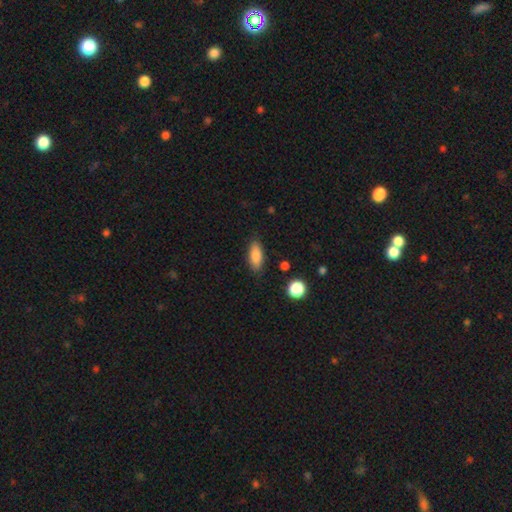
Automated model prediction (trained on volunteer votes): Q: Smooth or featured?
A: smooth (83%); runner-up: featured or disk (9%)
Q: How rounded?
A: in between (80%); runner-up: cigar-shaped (17%)
Q: Merging?
A: none (83%); runner-up: minor disturbance (12%)